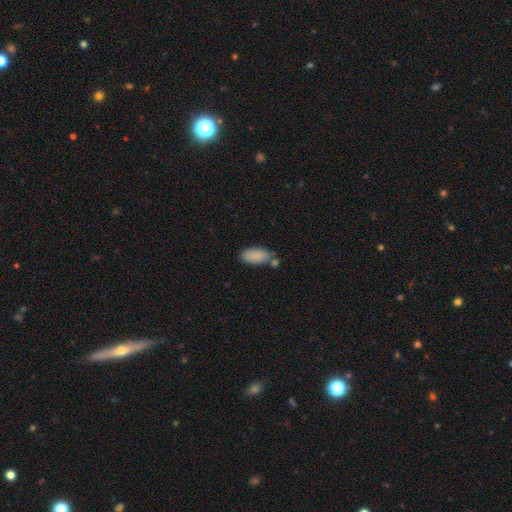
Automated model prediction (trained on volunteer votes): The model was most divided on "merging": none: 57%, merger: 20%, minor disturbance: 19%, major disturbance: 5%. More confident: how rounded — in between (92%); smooth or featured — smooth (87%).